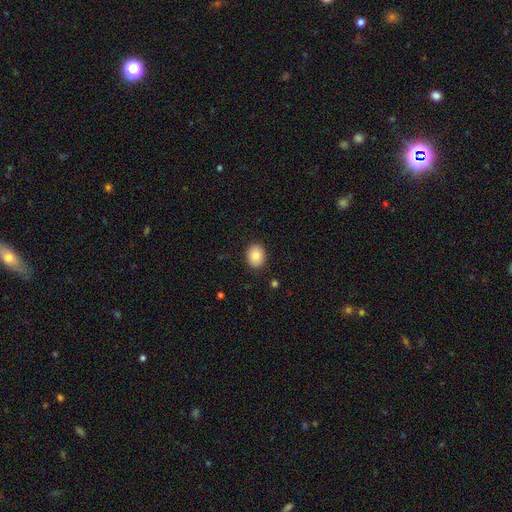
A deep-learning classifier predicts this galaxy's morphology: A smooth galaxy with no disk features (85%) that is in between round and cigar-shaped (54%).

Vote fractions:
- Smooth or featured? smooth: 85% / star or artifact: 8% / featured or disk: 7%
- How rounded? in between: 54% / round: 45% / cigar-shaped: 1%
- Merging? none: 89% / minor disturbance: 8% / major disturbance: 2% / merger: 1%